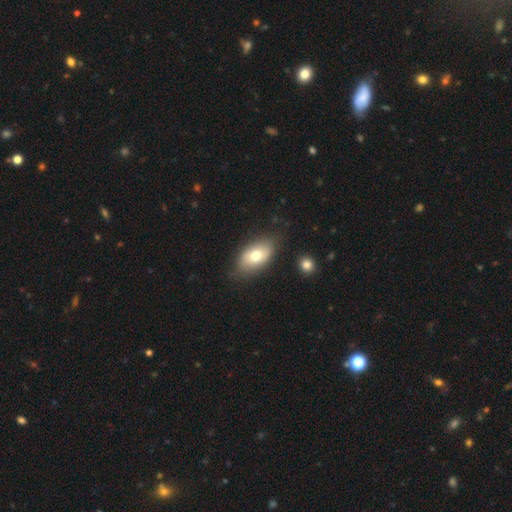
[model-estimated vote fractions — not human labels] Smooth or featured? Predicted: smooth (p=0.71). How rounded? Predicted: in between (p=0.91). Merging? Predicted: none (p=0.78).